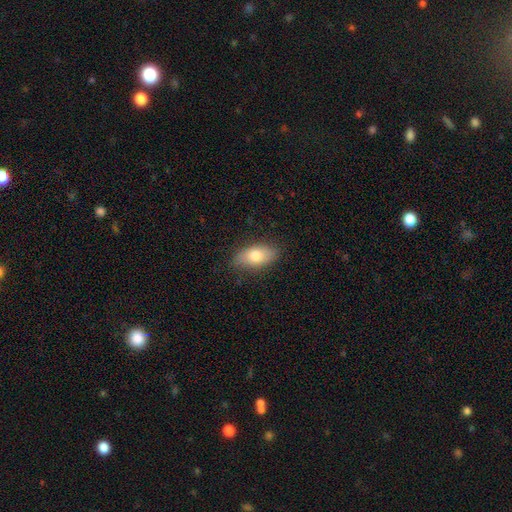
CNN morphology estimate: Smooth or featured? Predicted: smooth (p=0.76). How rounded? Predicted: in between (p=0.89). Merging? Predicted: none (p=0.85).